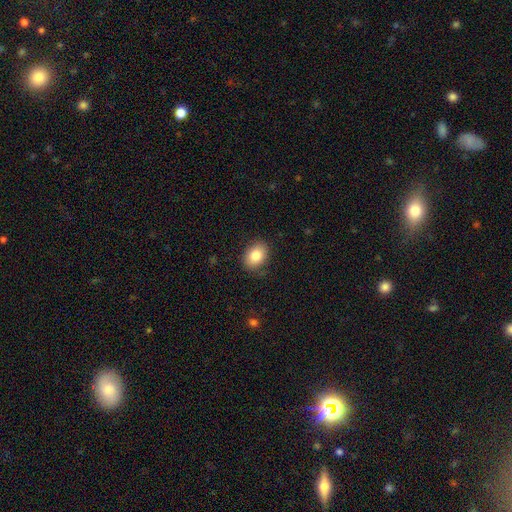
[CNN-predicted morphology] smooth_or_featured: smooth (p=0.83) [alt: featured or disk p=0.08]
how_rounded: in between (p=0.67) [alt: round p=0.32]
merging: none (p=0.85) [alt: minor disturbance p=0.11]